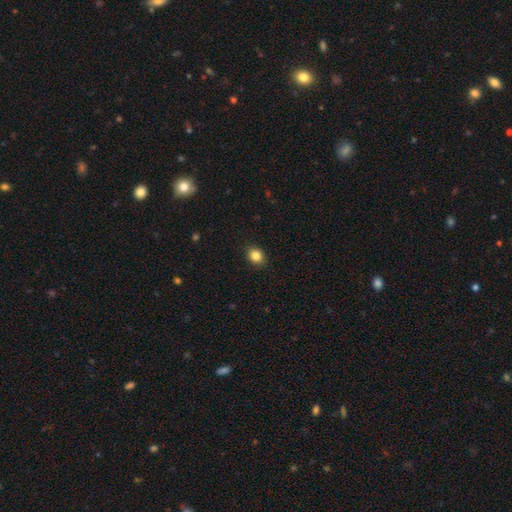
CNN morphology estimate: Smooth or featured: smooth — 85% (star or artifact — 10%)
How rounded: round — 53% (in between — 47%)
Merging: none — 90% (minor disturbance — 7%)